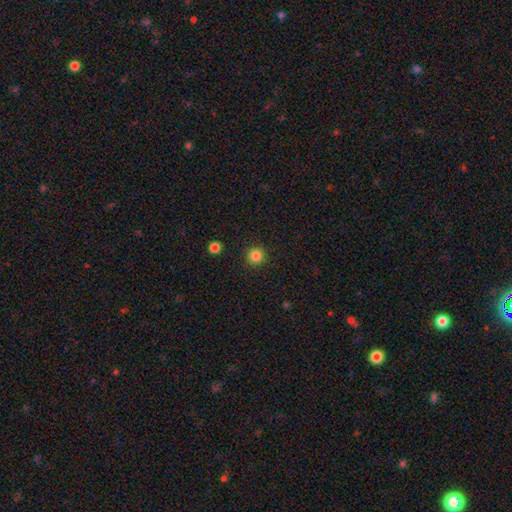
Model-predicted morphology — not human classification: Overall: smooth (83%). How rounded: round (95%). Merging: none (92%).